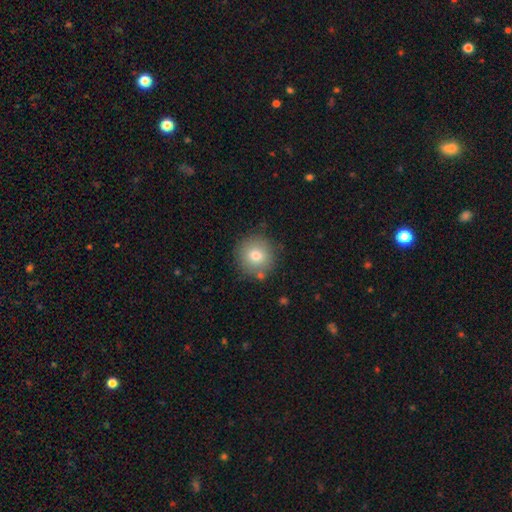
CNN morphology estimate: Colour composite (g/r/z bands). It shows a smooth galaxy with no disk features (77%) that is round (94%). Merging: none (85%).